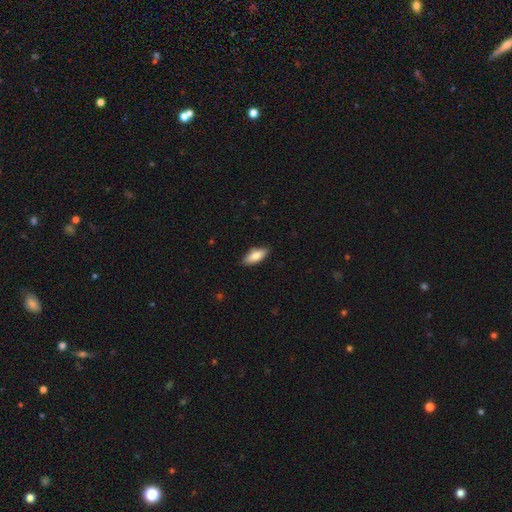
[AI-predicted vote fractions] smooth_or_featured: smooth (p=0.82) [alt: featured or disk p=0.12]
how_rounded: in between (p=0.77) [alt: cigar-shaped p=0.21]
merging: none (p=0.86) [alt: minor disturbance p=0.11]